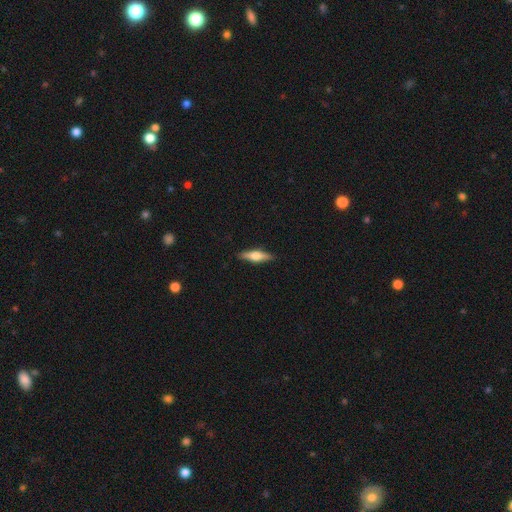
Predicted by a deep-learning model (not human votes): featured or disk 51%, smooth 43%, star or artifact 6%. Down the decision tree: edge-on disk — yes (95%); merging — none (89%).